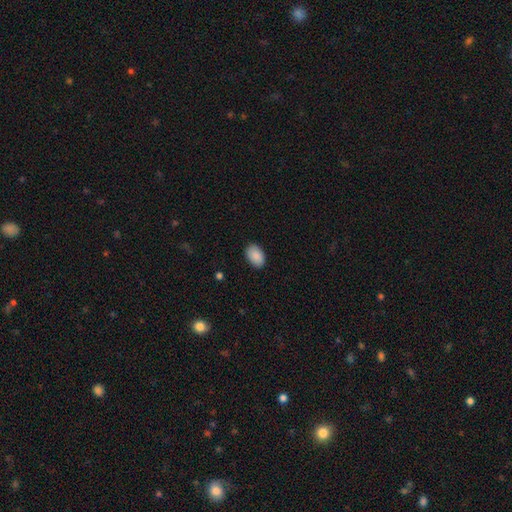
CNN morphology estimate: Smooth or featured?
  - smooth: 90% *
  - star or artifact: 7%
  - featured or disk: 3%
How rounded?
  - in between: 90% *
  - round: 9%
  - cigar-shaped: 1%
Merging?
  - none: 87% *
  - minor disturbance: 10%
  - major disturbance: 2%
  - merger: 1%